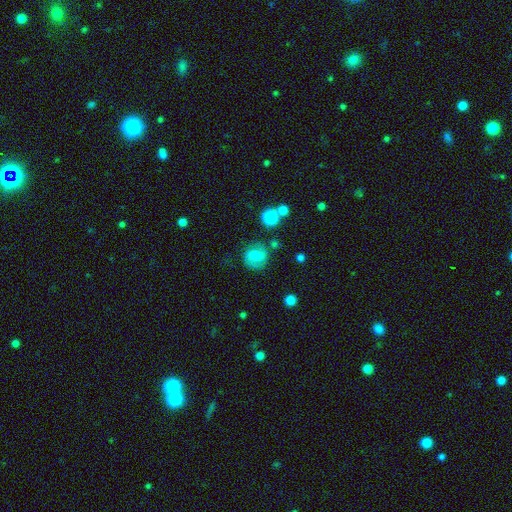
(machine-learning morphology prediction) A smooth galaxy with no disk features (61%) that is round (74%). Merging: none (70%).